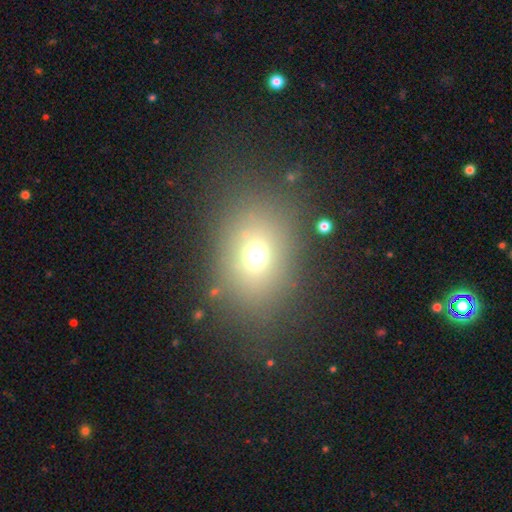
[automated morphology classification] Smooth or featured? Predicted: smooth (p=0.68). How rounded? Predicted: in between (p=0.59). Merging? Predicted: none (p=0.78).